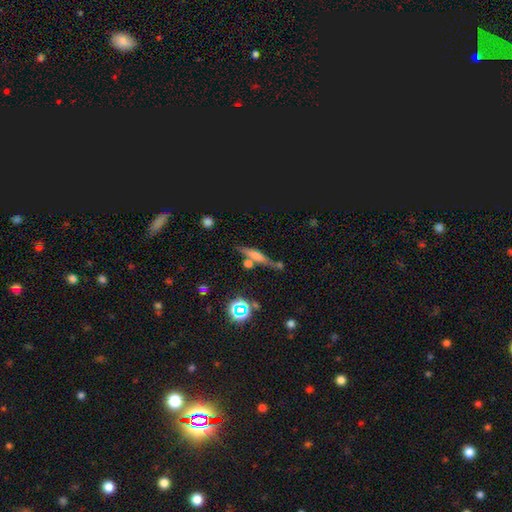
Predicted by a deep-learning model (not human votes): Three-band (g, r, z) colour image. It shows a featured or disk galaxy (45%). Merging: none (70%).